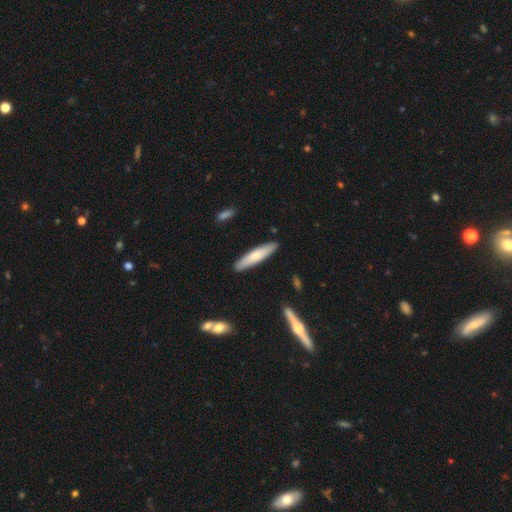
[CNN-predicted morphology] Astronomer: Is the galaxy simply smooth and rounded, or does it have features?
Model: smooth — 69%.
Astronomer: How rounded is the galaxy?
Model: cigar-shaped — 83%.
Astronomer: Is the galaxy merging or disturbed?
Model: none — 90%.